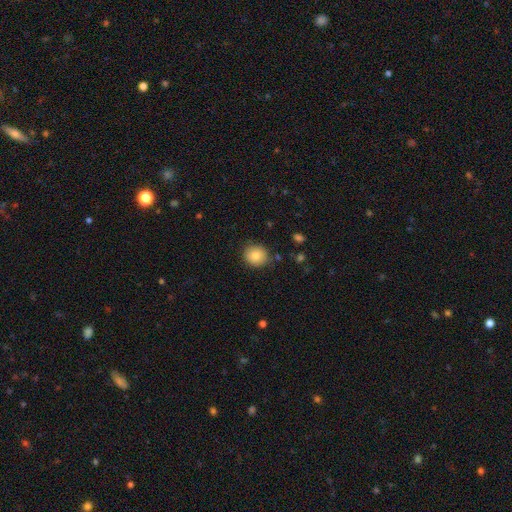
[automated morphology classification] A smooth galaxy with no disk features (83%) that is round (84%).

Vote fractions:
- Smooth or featured? smooth: 83% / star or artifact: 9% / featured or disk: 8%
- How rounded? round: 84% / in between: 15% / cigar-shaped: 1%
- Merging? none: 86% / minor disturbance: 10% / major disturbance: 2% / merger: 2%